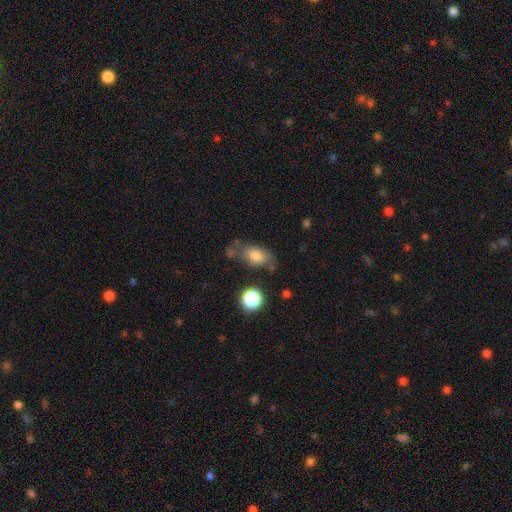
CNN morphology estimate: type=smooth (74%); roundness=in between (83%); merging=none (57%).